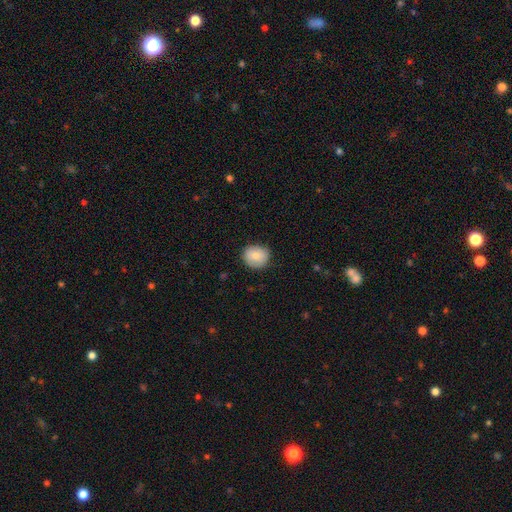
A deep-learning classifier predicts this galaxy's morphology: Q: Smooth or featured?
A: smooth (81%); runner-up: featured or disk (11%)
Q: How rounded?
A: round (78%); runner-up: in between (21%)
Q: Merging?
A: none (81%); runner-up: minor disturbance (15%)